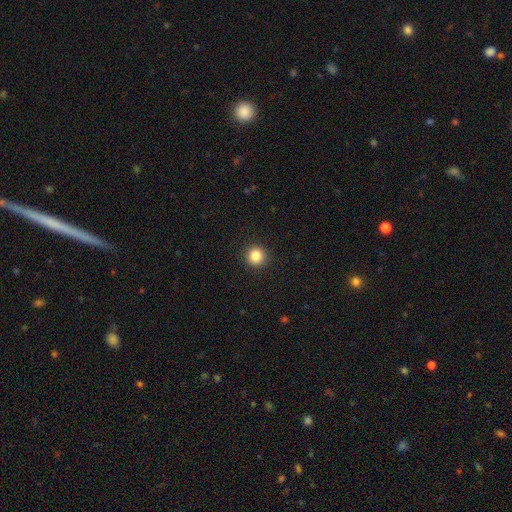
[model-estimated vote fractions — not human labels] A smooth galaxy with no disk features (84%) that is round (94%).

Vote fractions:
- Smooth or featured? smooth: 84% / star or artifact: 11% / featured or disk: 5%
- How rounded? round: 94% / in between: 5% / cigar-shaped: 1%
- Merging? none: 93% / minor disturbance: 5% / major disturbance: 2% / merger: 1%